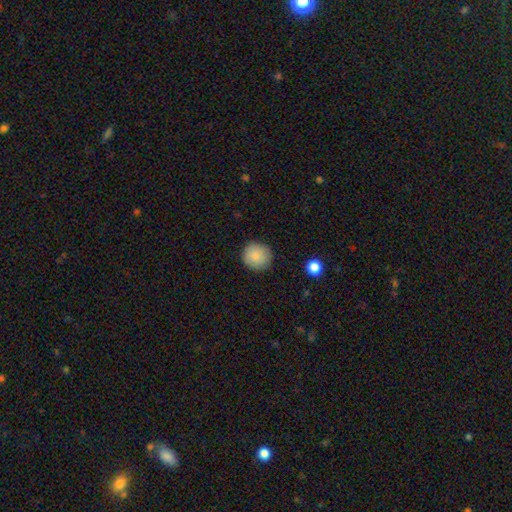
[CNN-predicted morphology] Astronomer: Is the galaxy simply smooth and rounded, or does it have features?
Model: smooth — 84%.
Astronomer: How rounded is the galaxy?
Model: round — 93%.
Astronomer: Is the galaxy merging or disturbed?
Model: none — 88%.